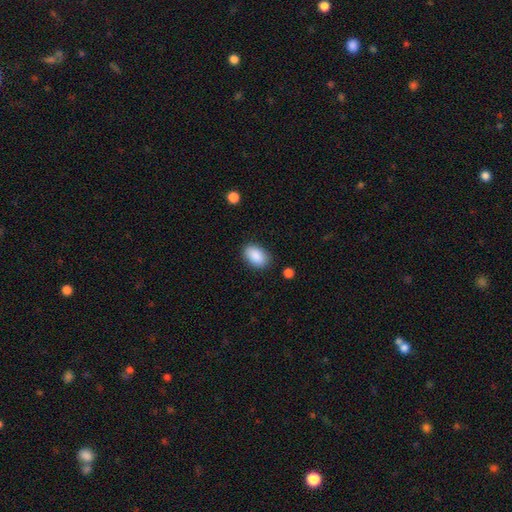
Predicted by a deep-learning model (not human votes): Smooth or featured? smooth (90%)
How rounded? in between (91%)
Merging? none (85%)